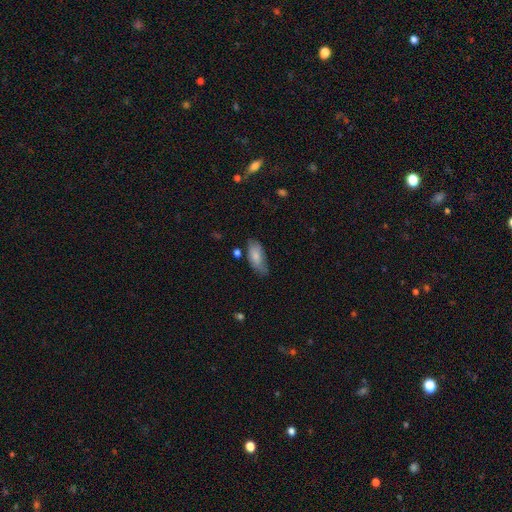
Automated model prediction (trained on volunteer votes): A smooth galaxy with no disk features (78%) that is in between round and cigar-shaped (88%).

Vote fractions:
- Smooth or featured? smooth: 78% / featured or disk: 16% / star or artifact: 6%
- How rounded? in between: 88% / cigar-shaped: 10% / round: 2%
- Merging? none: 62% / minor disturbance: 28% / major disturbance: 6% / merger: 4%